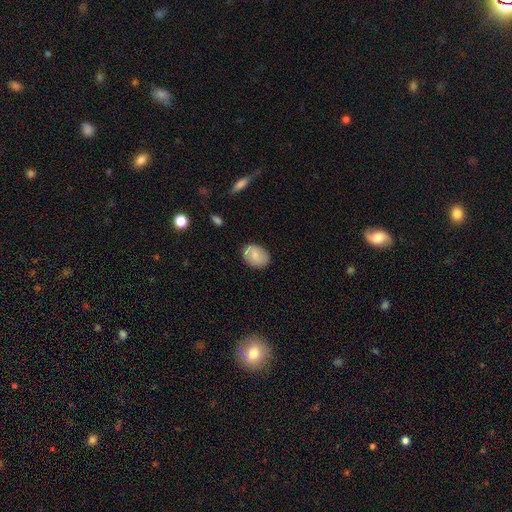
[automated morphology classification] smooth-or-featured: smooth: 76% | featured or disk: 17% | star or artifact: 7%
  how-rounded: in between: 72% | round: 27% | cigar-shaped: 1%
  merging: none: 82% | minor disturbance: 14% | major disturbance: 3% | merger: 1%